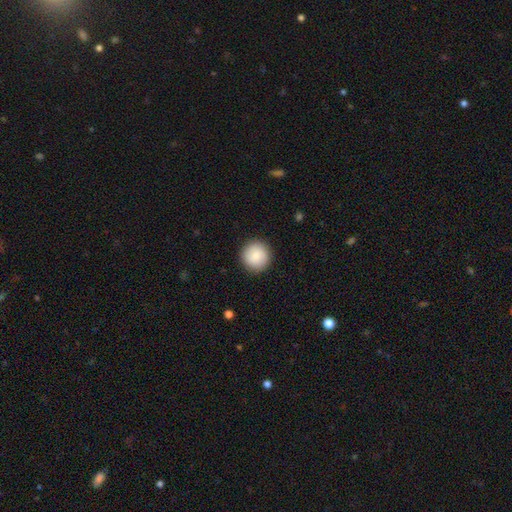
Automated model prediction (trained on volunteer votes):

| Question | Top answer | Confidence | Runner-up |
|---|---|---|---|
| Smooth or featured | smooth | 87% | star or artifact (7%) |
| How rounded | round | 96% | in between (3%) |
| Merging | none | 92% | minor disturbance (5%) |